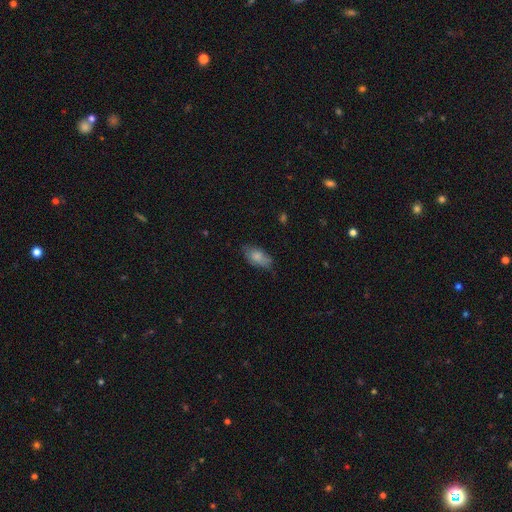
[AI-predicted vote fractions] This is likely a smooth galaxy (74%). How rounded: clearly in between (87%). Merging: likely none (72%).